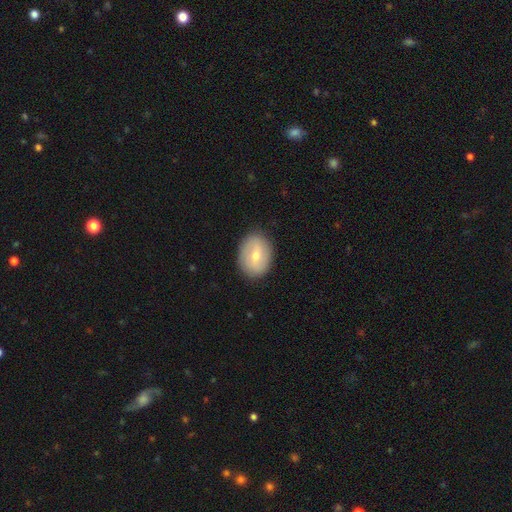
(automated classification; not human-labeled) Smooth or featured: smooth — 54% (featured or disk — 39%)
How rounded: in between — 60% (round — 39%)
Merging: none — 86% (minor disturbance — 10%)